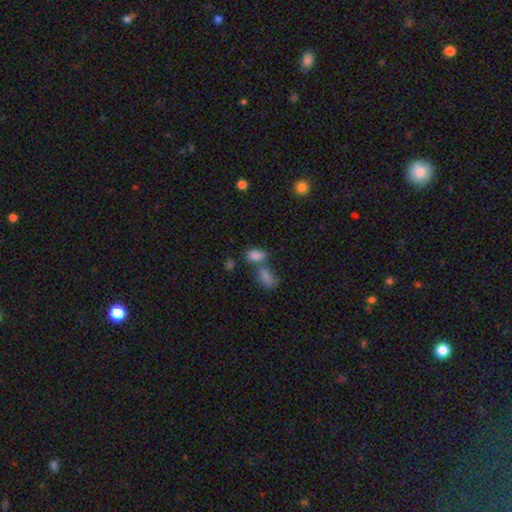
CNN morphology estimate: smooth 83%, star or artifact 10%, featured or disk 7%. Down the decision tree: how rounded — in between (89%); merging — merger (45%).